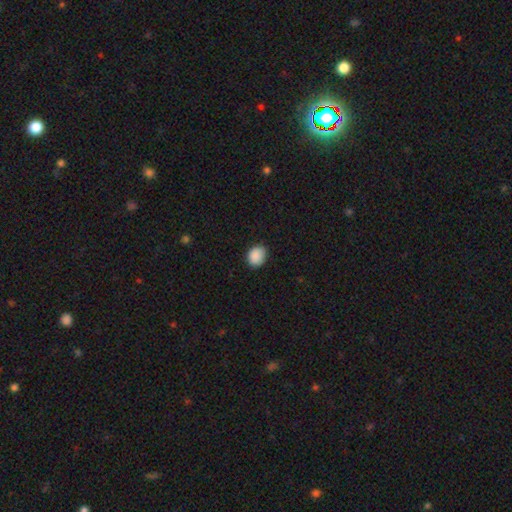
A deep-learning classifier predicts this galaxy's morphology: Smooth or featured? Predicted: smooth (p=0.89). How rounded? Predicted: round (p=0.56). Merging? Predicted: none (p=0.84).